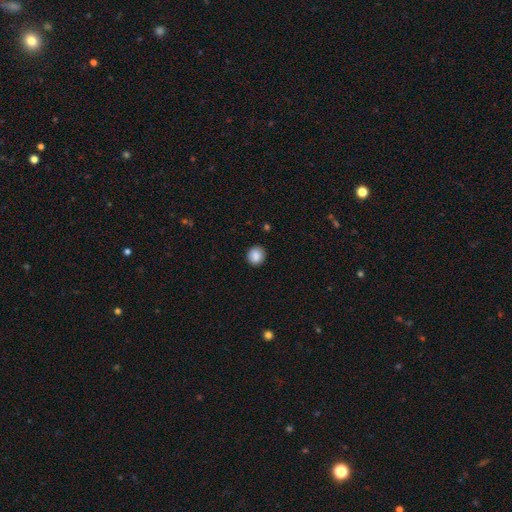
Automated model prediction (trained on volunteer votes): A smooth galaxy with no disk features (88%) that is round (84%).

Vote fractions:
- Smooth or featured? smooth: 88% / star or artifact: 9% / featured or disk: 4%
- How rounded? round: 84% / in between: 15% / cigar-shaped: 1%
- Merging? none: 89% / minor disturbance: 8% / major disturbance: 2% / merger: 1%